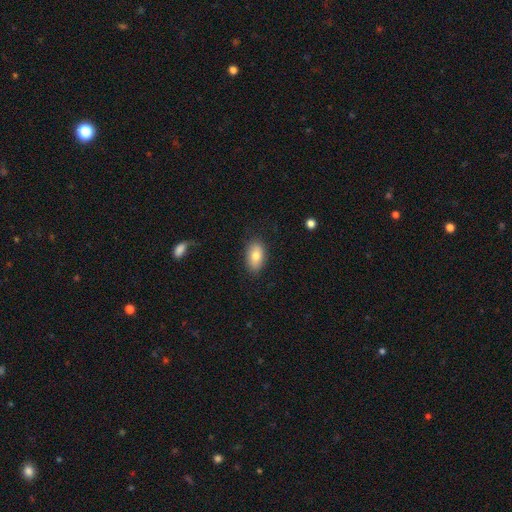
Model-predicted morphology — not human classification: smooth-or-featured: smooth: 76% | featured or disk: 16% | star or artifact: 8%
  how-rounded: in between: 90% | round: 8% | cigar-shaped: 2%
  merging: none: 83% | minor disturbance: 13% | major disturbance: 3% | merger: 1%